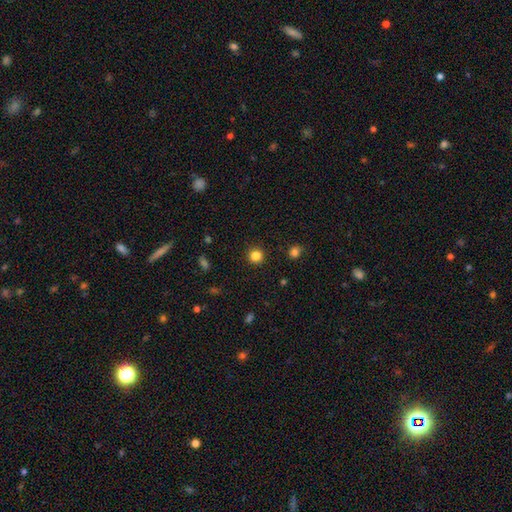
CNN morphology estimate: Smooth or featured? Predicted: smooth (p=0.84). How rounded? Predicted: round (p=0.94). Merging? Predicted: none (p=0.92).